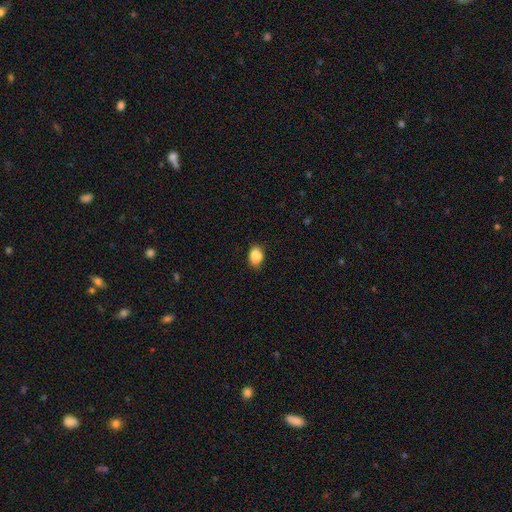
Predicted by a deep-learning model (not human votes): Smooth or featured? Predicted: smooth (p=0.84). How rounded? Predicted: in between (p=0.72). Merging? Predicted: none (p=0.61).